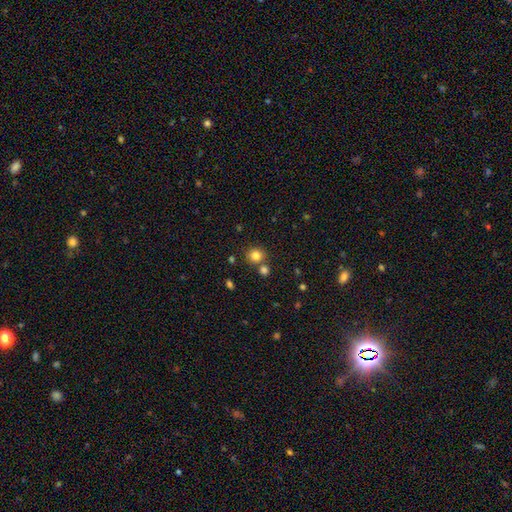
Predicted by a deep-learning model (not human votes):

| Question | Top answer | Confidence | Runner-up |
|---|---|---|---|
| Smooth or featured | smooth | 82% | star or artifact (13%) |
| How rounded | round | 90% | in between (9%) |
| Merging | none | 75% | merger (15%) |